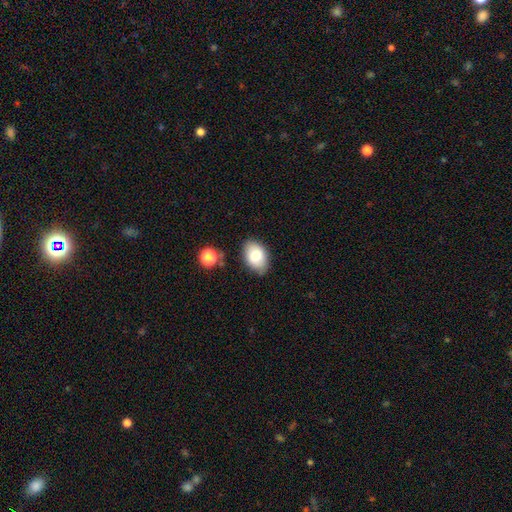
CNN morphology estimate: smooth-or-featured: smooth: 79% | featured or disk: 13% | star or artifact: 8%
  how-rounded: in between: 86% | round: 13% | cigar-shaped: 1%
  merging: none: 79% | minor disturbance: 15% | major disturbance: 3% | merger: 3%